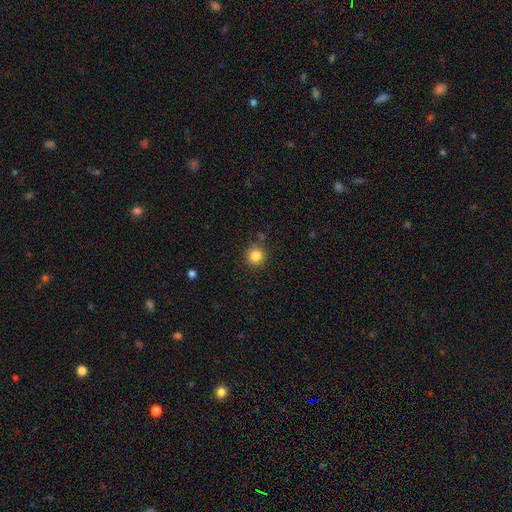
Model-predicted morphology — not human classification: Smooth or featured?
  - smooth: 84% *
  - star or artifact: 11%
  - featured or disk: 5%
How rounded?
  - round: 93% *
  - in between: 6%
  - cigar-shaped: 1%
Merging?
  - none: 83% *
  - minor disturbance: 11%
  - merger: 3%
  - major disturbance: 3%